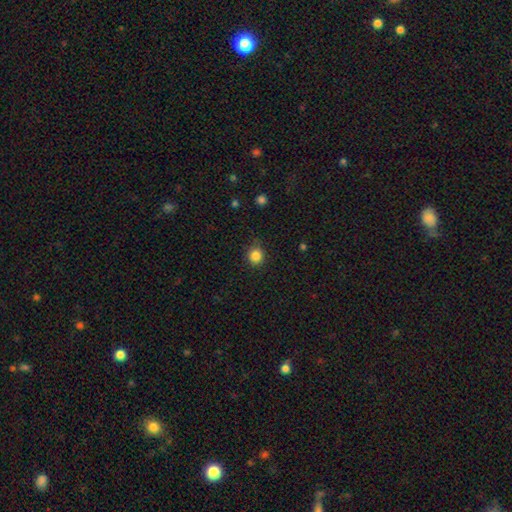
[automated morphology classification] Smooth or featured? Predicted: smooth (p=0.84). How rounded? Predicted: round (p=0.85). Merging? Predicted: none (p=0.84).